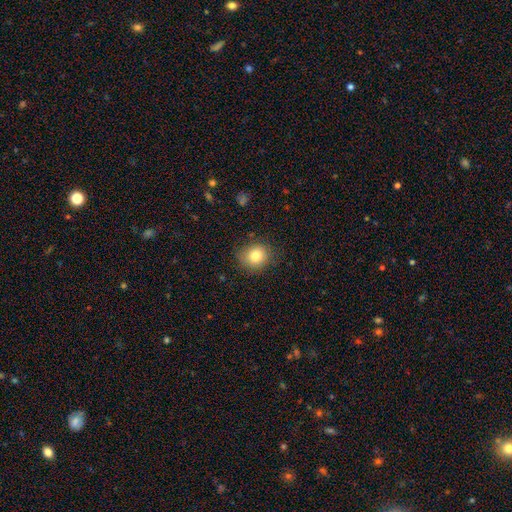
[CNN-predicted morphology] Smooth or featured?
  - smooth: 81% *
  - star or artifact: 11%
  - featured or disk: 9%
How rounded?
  - round: 74% *
  - in between: 25%
  - cigar-shaped: 1%
Merging?
  - none: 80% *
  - minor disturbance: 14%
  - major disturbance: 4%
  - merger: 1%